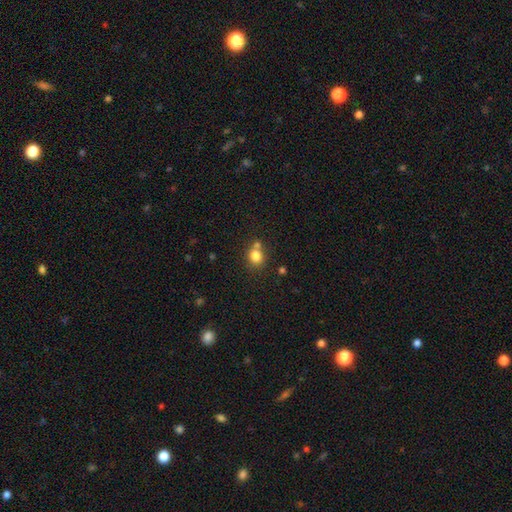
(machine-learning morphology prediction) A smooth galaxy with no disk features (80%) that is round (73%). Merging: none (59%).